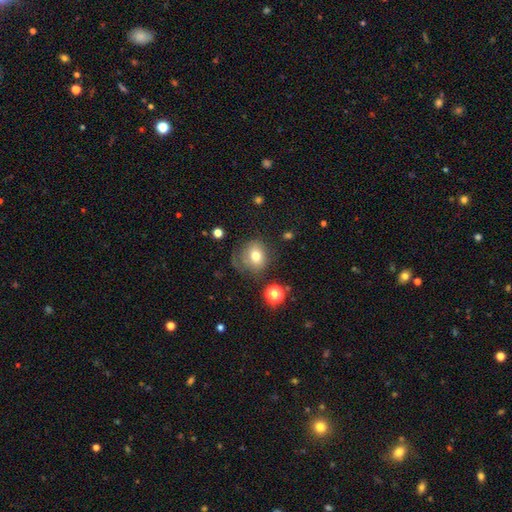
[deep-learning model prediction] Smooth or featured? smooth (72%)
How rounded? round (70%)
Merging? none (56%)